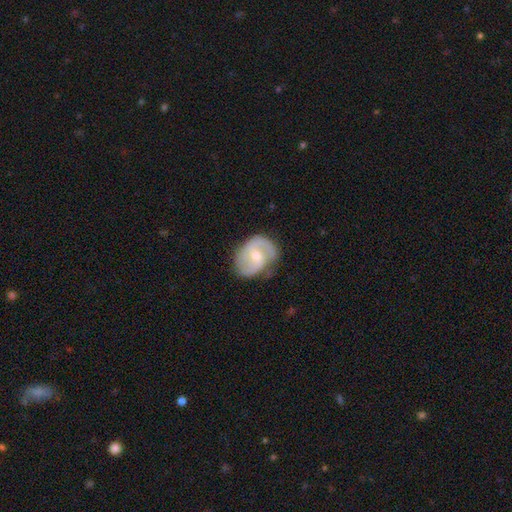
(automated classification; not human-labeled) A featured or disk galaxy (78%) with a weak bar (49%), 2 (80%) medium (50%) spiral arms (93%) and a small central bulge (48%, tied with moderate).

Vote fractions:
- Smooth or featured? featured or disk: 78% / smooth: 17% / star or artifact: 5%
- Edge-on disk? no: 97% / yes: 3%
- Bar? weak: 49% / no: 39% / strong: 13%
- Spiral arms? yes: 93% / no: 7%
- Spiral winding? medium: 50% / loose: 26% / tight: 25%
- Spiral arm count? 2: 80% / can't tell: 8% / 1: 7% / 3: 3% / 4: 1% / more than 4: 1%
- Bulge size? small: 48% (tied) / moderate: 48% (tied) / large: 2% / none: 2% / dominant: 1%
- Merging? none: 67% / minor disturbance: 22% / major disturbance: 9% / merger: 2%